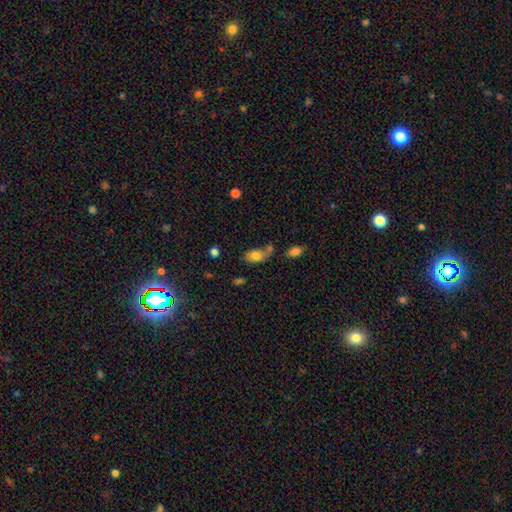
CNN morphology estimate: A smooth galaxy with no disk features (77%) that is in between round and cigar-shaped (89%).

Vote fractions:
- Smooth or featured? smooth: 77% / featured or disk: 15% / star or artifact: 8%
- How rounded? in between: 89% / round: 8% / cigar-shaped: 3%
- Merging? none: 42% / merger: 28% / minor disturbance: 21% / major disturbance: 9%